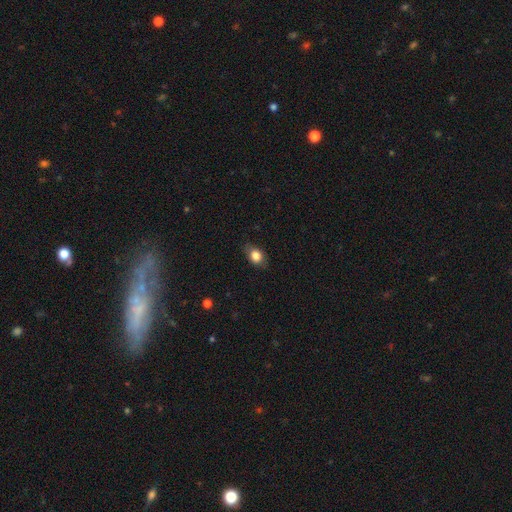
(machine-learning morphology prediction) type=smooth (83%); roundness=in between (72%); merging=none (77%).